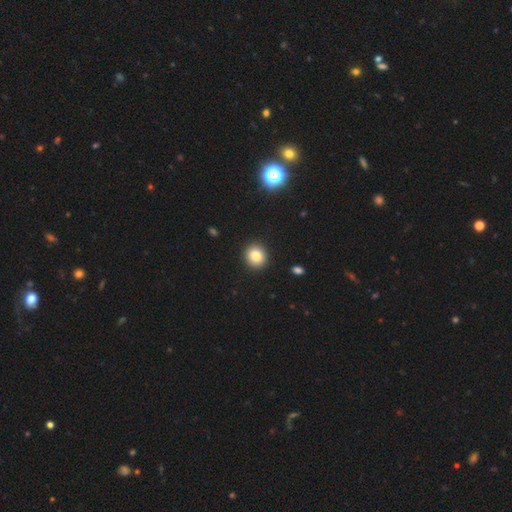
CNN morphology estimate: This is clearly a smooth galaxy (82%). How rounded: clearly round (84%). Merging: clearly none (92%).